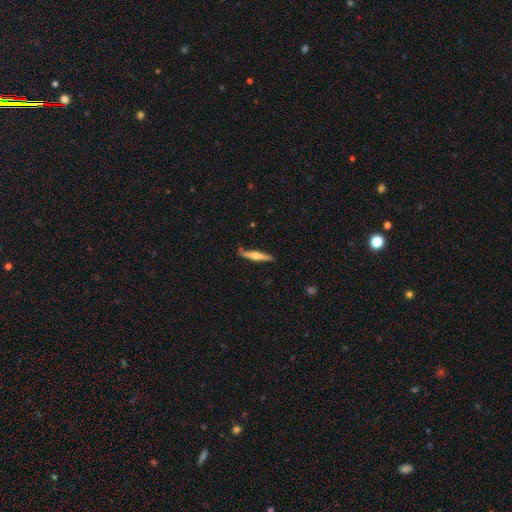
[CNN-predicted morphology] Smooth or featured? Predicted: featured or disk (p=0.55). Edge-on disk? Predicted: yes (p=0.96). Edge-on bulge? Predicted: rounded (p=0.87). Merging? Predicted: none (p=0.81).